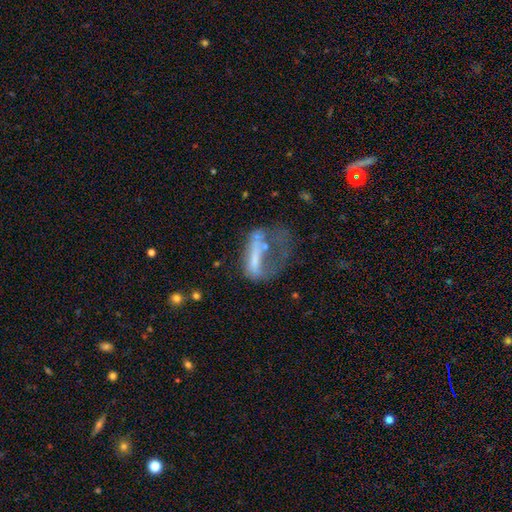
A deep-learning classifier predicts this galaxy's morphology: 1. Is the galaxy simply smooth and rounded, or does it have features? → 49% featured or disk, 37% smooth, 14% star or artifact.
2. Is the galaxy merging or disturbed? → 55% major disturbance, 19% none, 13% minor disturbance, 13% merger.